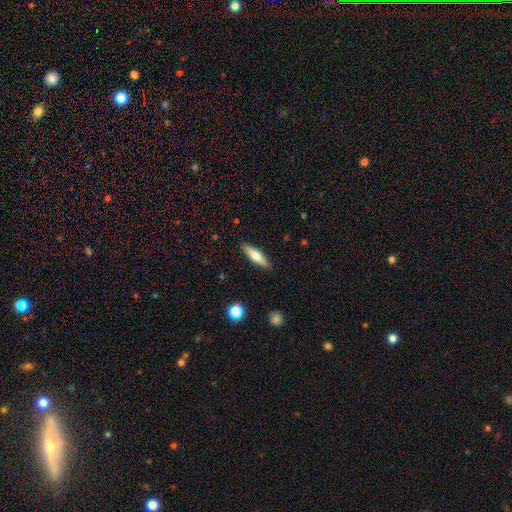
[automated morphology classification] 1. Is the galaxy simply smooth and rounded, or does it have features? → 58% smooth, 36% featured or disk, 6% star or artifact.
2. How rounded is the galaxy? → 68% cigar-shaped, 30% in between, 2% round.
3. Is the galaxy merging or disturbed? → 89% none, 8% minor disturbance, 2% major disturbance, 1% merger.